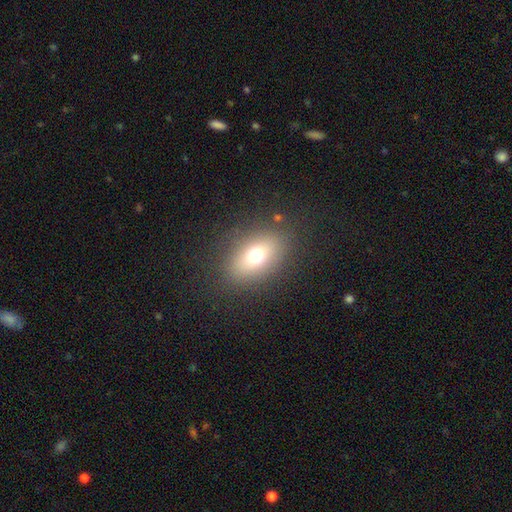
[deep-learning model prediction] Smooth or featured?
  - smooth: 67% *
  - featured or disk: 18%
  - star or artifact: 16%
How rounded?
  - in between: 70% *
  - round: 27%
  - cigar-shaped: 3%
Merging?
  - none: 84% *
  - minor disturbance: 9%
  - major disturbance: 6%
  - merger: 1%